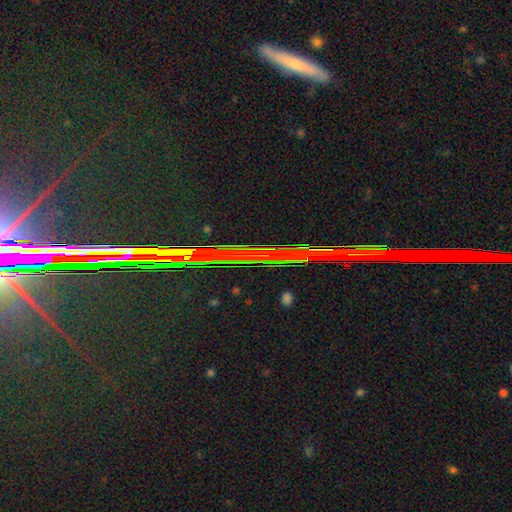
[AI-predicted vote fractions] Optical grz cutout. It shows a star or artifact, not a galaxy (81%).